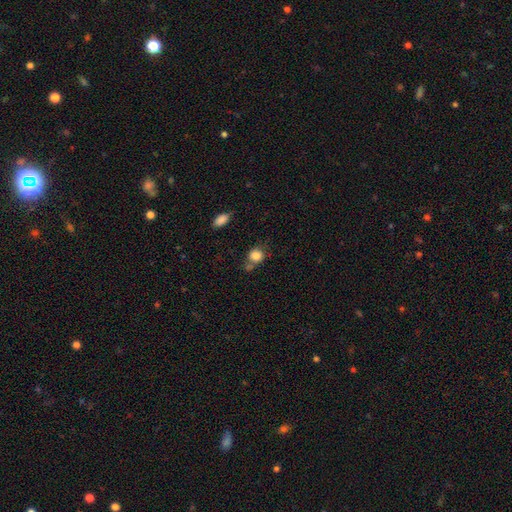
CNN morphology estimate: Smooth or featured? smooth (84%)
How rounded? round (72%)
Merging? none (53%)